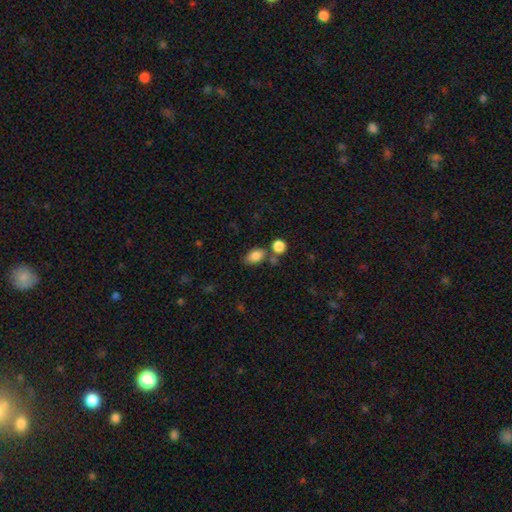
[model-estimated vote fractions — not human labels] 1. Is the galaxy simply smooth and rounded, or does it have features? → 83% smooth, 9% star or artifact, 8% featured or disk.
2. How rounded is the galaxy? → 85% in between, 13% round, 2% cigar-shaped.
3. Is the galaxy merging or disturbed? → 60% none, 21% merger, 14% minor disturbance, 4% major disturbance.